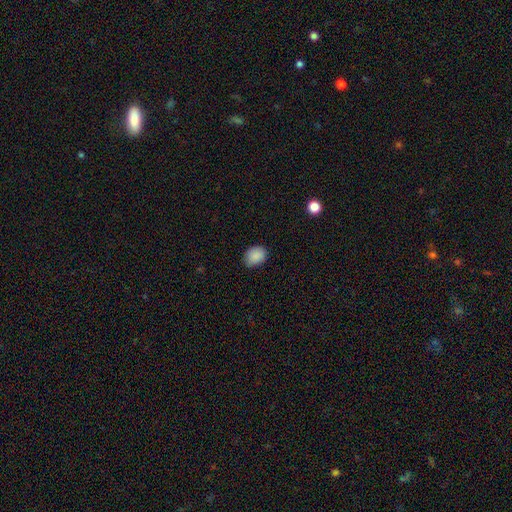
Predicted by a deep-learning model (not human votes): Q: Smooth or featured?
A: smooth (88%); runner-up: star or artifact (8%)
Q: How rounded?
A: in between (61%); runner-up: round (39%)
Q: Merging?
A: none (76%); runner-up: minor disturbance (19%)